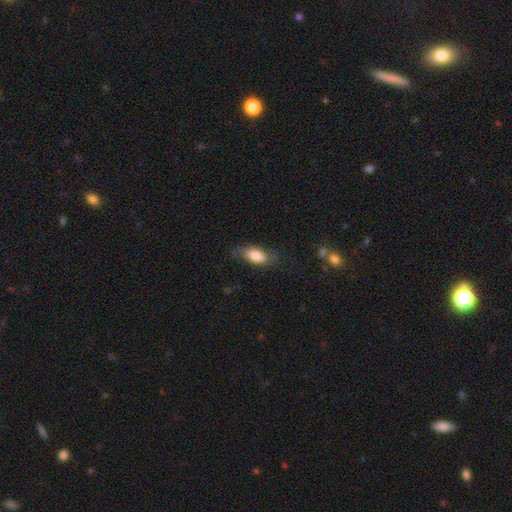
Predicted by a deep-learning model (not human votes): The model was most divided on "merging": none: 58%, minor disturbance: 29%, major disturbance: 12%, merger: 2%. More confident: how rounded — in between (85%); smooth or featured — smooth (77%).